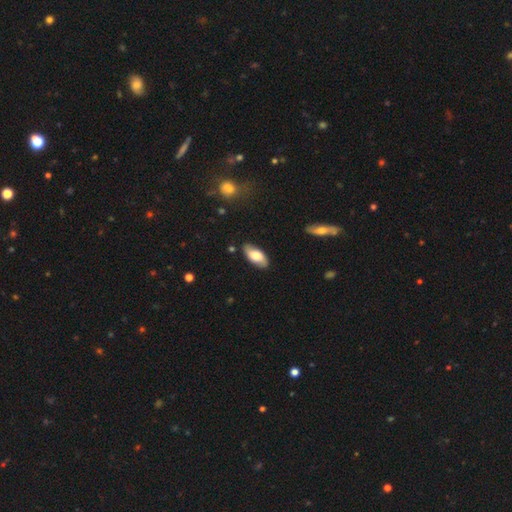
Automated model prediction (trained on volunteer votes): Morphology: type=smooth (64%); roundness=in between (89%); merging=none (84%).